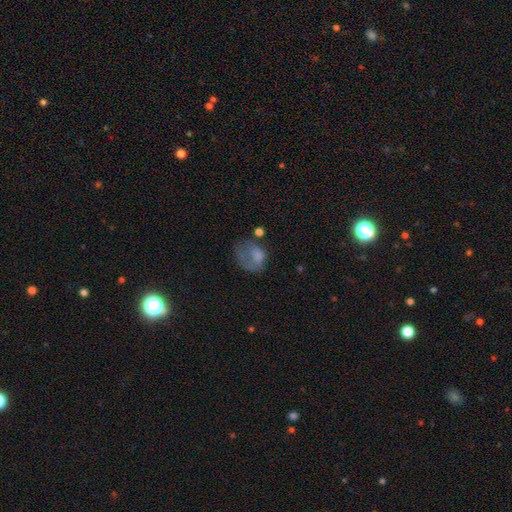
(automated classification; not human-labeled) A smooth galaxy with no disk features (64%) that is in between round and cigar-shaped (61%). Merging: major disturbance (46%).